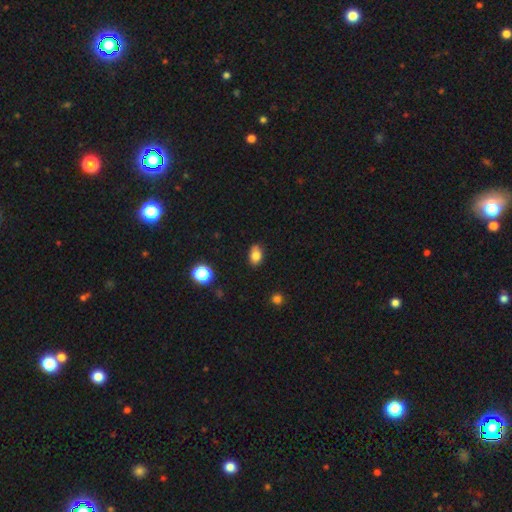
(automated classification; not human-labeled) smooth 81%, star or artifact 10%, featured or disk 8%. Down the decision tree: how rounded — in between (81%); merging — none (79%).